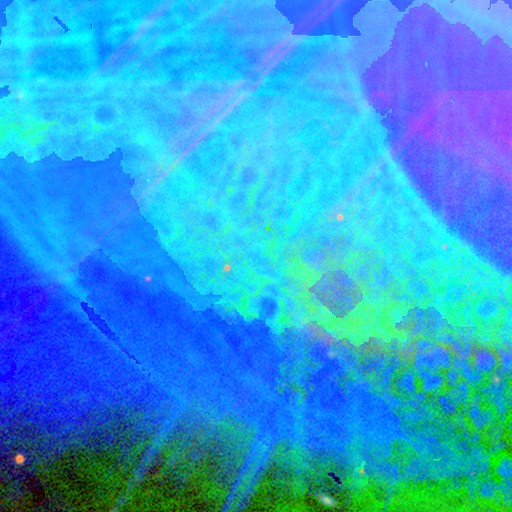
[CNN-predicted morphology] Smooth or featured? Predicted: star or artifact (p=0.84).